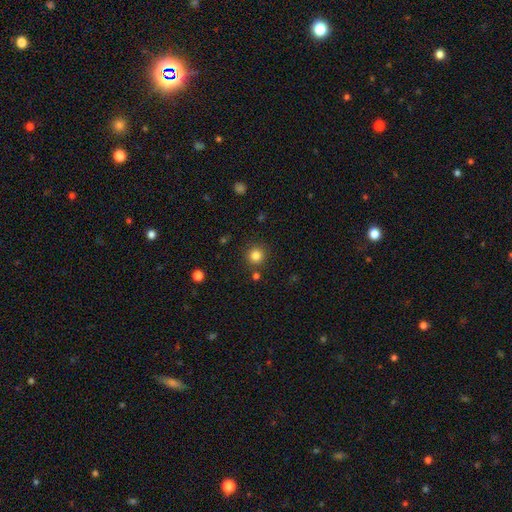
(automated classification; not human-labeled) smooth 83%, star or artifact 12%, featured or disk 5%. Down the decision tree: how rounded — round (94%); merging — none (87%).